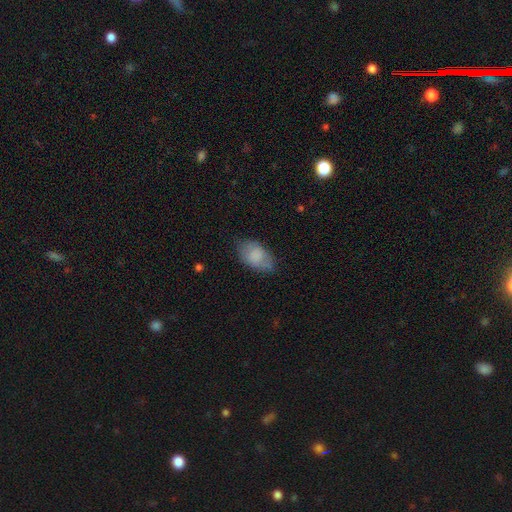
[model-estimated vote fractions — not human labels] smooth_or_featured: smooth (p=0.79) [alt: featured or disk p=0.14]
how_rounded: in between (p=0.91) [alt: round p=0.08]
merging: none (p=0.67) [alt: minor disturbance p=0.24]